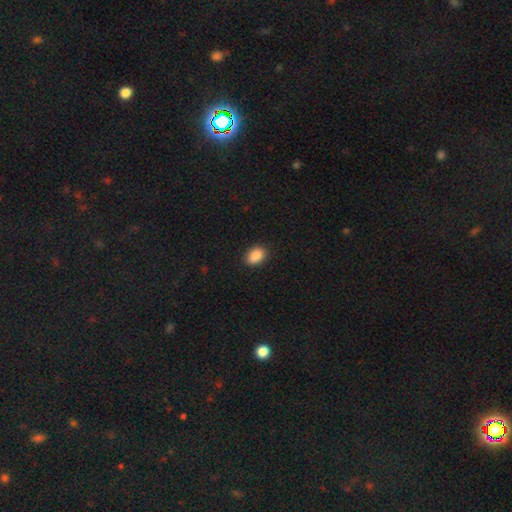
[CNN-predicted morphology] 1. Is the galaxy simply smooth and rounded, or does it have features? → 89% smooth, 8% star or artifact, 3% featured or disk.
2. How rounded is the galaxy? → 83% in between, 16% round, 1% cigar-shaped.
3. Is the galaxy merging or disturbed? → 88% none, 9% minor disturbance, 2% major disturbance, 1% merger.